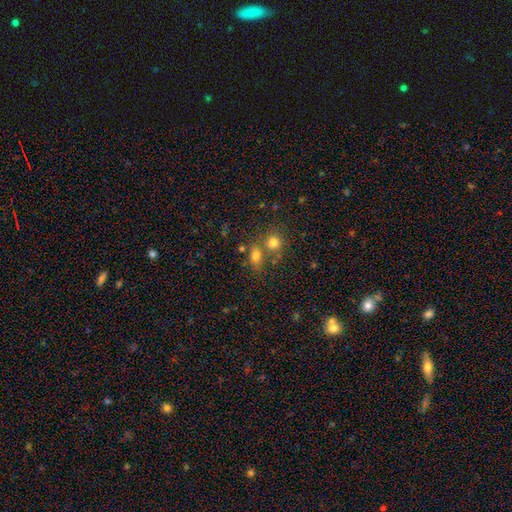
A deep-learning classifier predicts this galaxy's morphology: This appears to be a smooth galaxy with no disk features (74%) that is in between round and cigar-shaped (59%). Merging: none (50%).